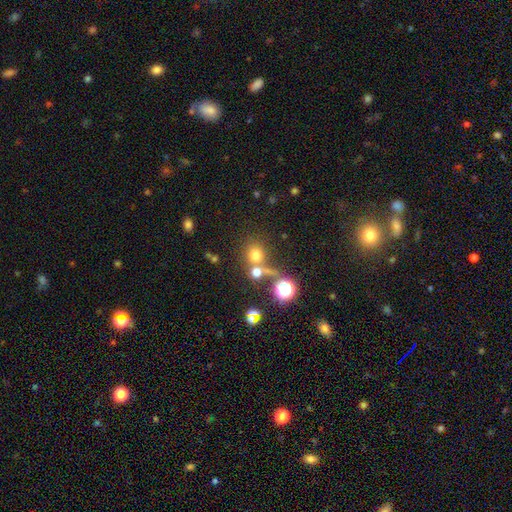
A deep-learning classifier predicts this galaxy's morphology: Smooth or featured?
  - smooth: 66% *
  - star or artifact: 24%
  - featured or disk: 10%
How rounded?
  - round: 85% *
  - in between: 14%
  - cigar-shaped: 1%
Merging?
  - none: 58% *
  - merger: 28%
  - minor disturbance: 8%
  - major disturbance: 6%